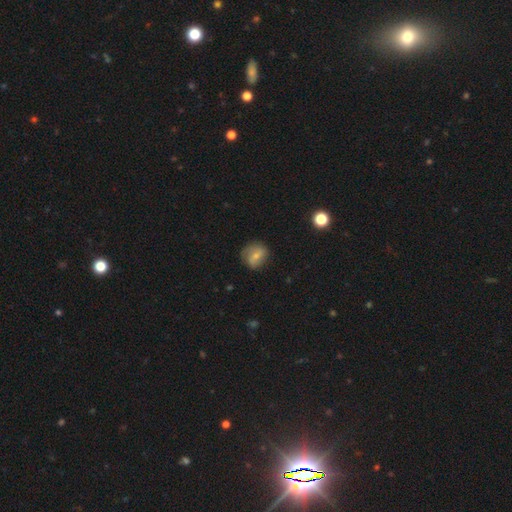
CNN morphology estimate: A smooth galaxy with no disk features (52%) that is round (71%).

Vote fractions:
- Smooth or featured? smooth: 52% / featured or disk: 39% / star or artifact: 9%
- How rounded? round: 71% / in between: 28% / cigar-shaped: 1%
- Merging? none: 68% / minor disturbance: 23% / major disturbance: 8% / merger: 2%